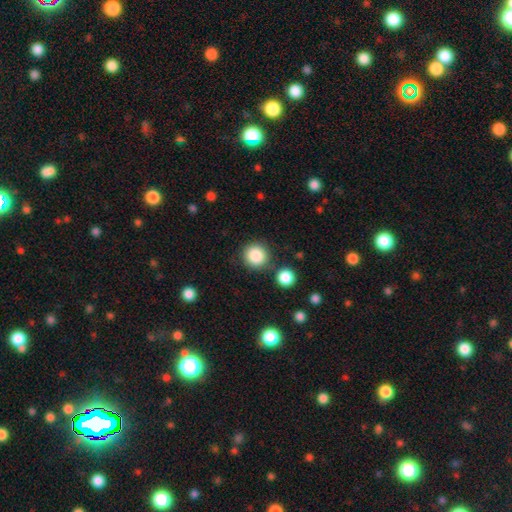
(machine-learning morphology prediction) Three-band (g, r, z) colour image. It shows a smooth galaxy with no disk features (86%) that is round (94%). Merging: none (81%).